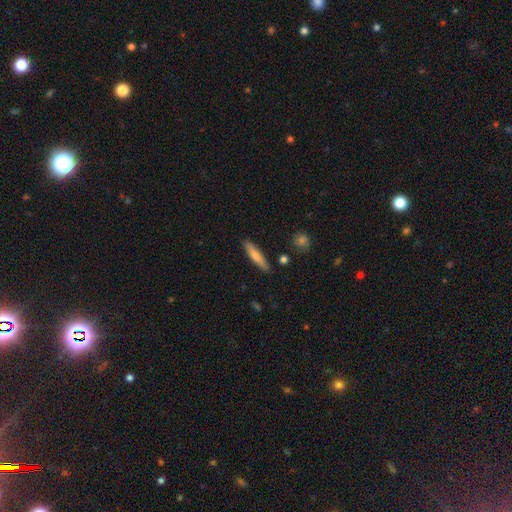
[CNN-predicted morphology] This is likely a smooth galaxy (71%). How rounded: clearly cigar-shaped (86%). Merging: clearly none (88%).